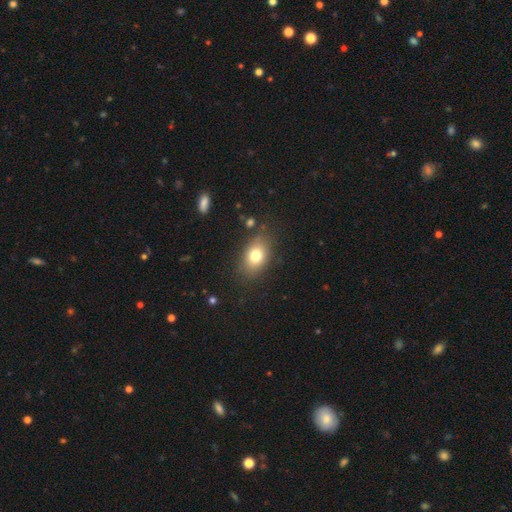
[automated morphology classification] Q: Smooth or featured?
A: smooth (76%); runner-up: featured or disk (13%)
Q: How rounded?
A: in between (77%); runner-up: round (21%)
Q: Merging?
A: none (80%); runner-up: minor disturbance (14%)